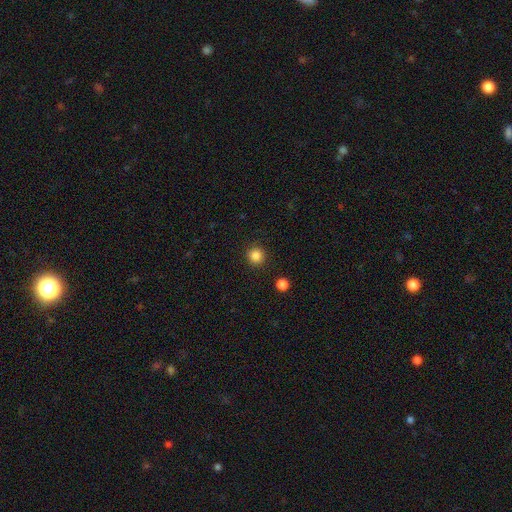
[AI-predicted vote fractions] Q: Smooth or featured?
A: smooth (84%); runner-up: star or artifact (11%)
Q: How rounded?
A: round (95%); runner-up: in between (4%)
Q: Merging?
A: none (91%); runner-up: minor disturbance (5%)